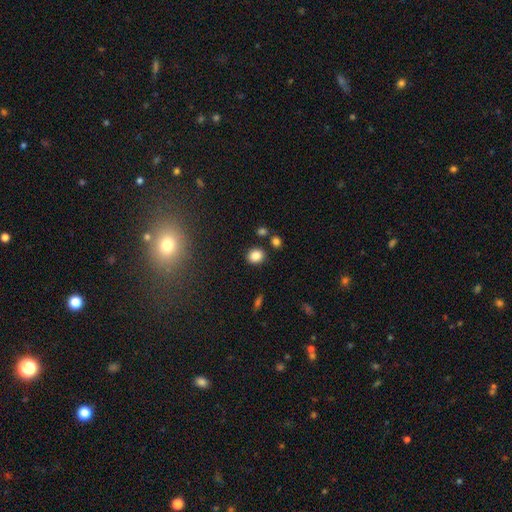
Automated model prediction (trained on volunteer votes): A smooth galaxy with no disk features (84%) that is round (72%).

Vote fractions:
- Smooth or featured? smooth: 84% / star or artifact: 11% / featured or disk: 5%
- How rounded? round: 72% / in between: 27% / cigar-shaped: 1%
- Merging? none: 83% / minor disturbance: 9% / merger: 6% / major disturbance: 3%